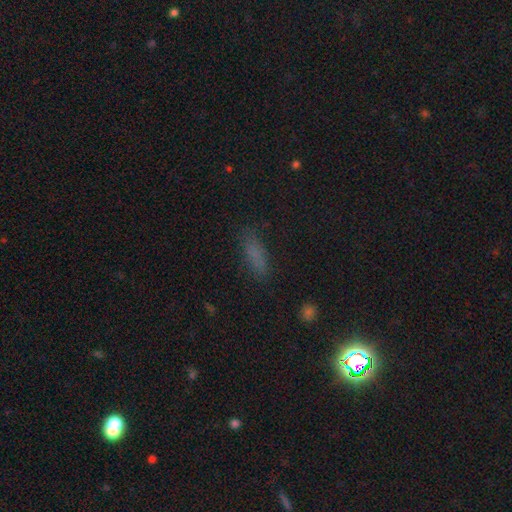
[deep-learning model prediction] A smooth galaxy with no disk features (74%) that is in between round and cigar-shaped (53%). Merging: none (78%).